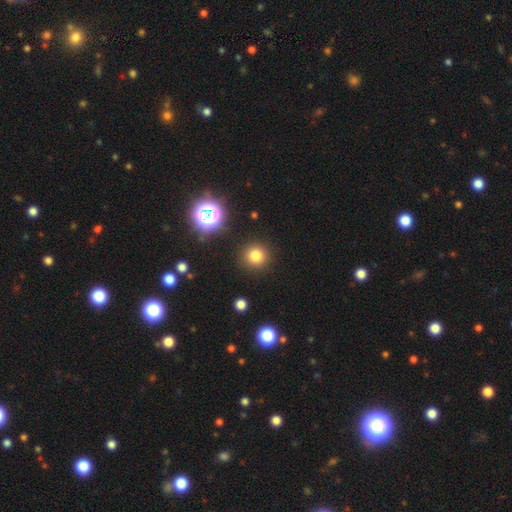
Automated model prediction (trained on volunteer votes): Smooth or featured?
  - smooth: 77% *
  - star or artifact: 17%
  - featured or disk: 6%
How rounded?
  - round: 94% *
  - in between: 5%
  - cigar-shaped: 1%
Merging?
  - none: 90% *
  - minor disturbance: 6%
  - major disturbance: 2%
  - merger: 2%